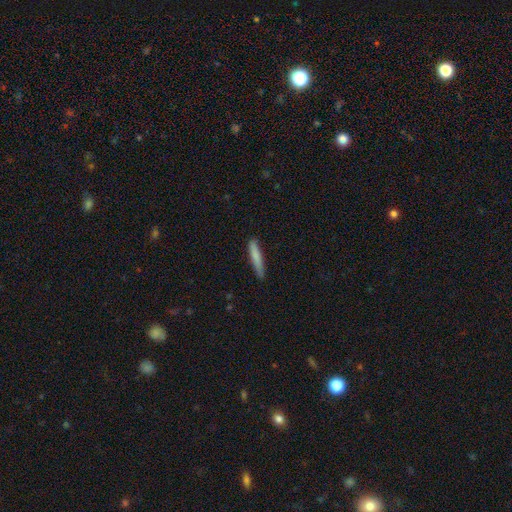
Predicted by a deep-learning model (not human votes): Smooth or featured? Predicted: smooth (p=0.79). How rounded? Predicted: cigar-shaped (p=0.91). Merging? Predicted: none (p=0.81).